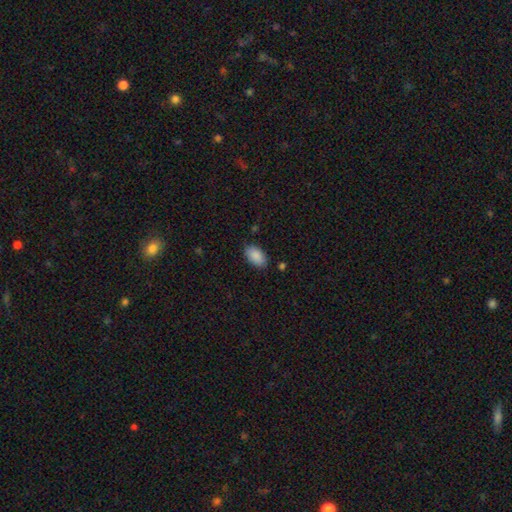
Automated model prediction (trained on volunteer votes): Q: Smooth or featured?
A: smooth (90%); runner-up: star or artifact (6%)
Q: How rounded?
A: in between (94%); runner-up: round (4%)
Q: Merging?
A: none (85%); runner-up: minor disturbance (11%)